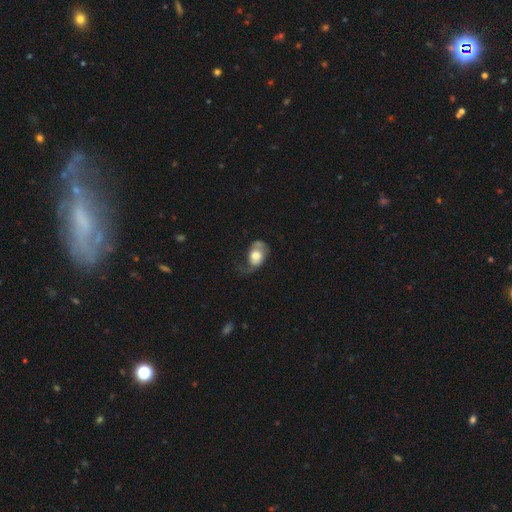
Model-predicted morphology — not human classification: A smooth galaxy with no disk features (51%) that is in between round and cigar-shaped (71%).

Vote fractions:
- Smooth or featured? smooth: 51% / featured or disk: 42% / star or artifact: 7%
- How rounded? in between: 71% / round: 27% / cigar-shaped: 2%
- Merging? major disturbance: 39% / none: 31% / minor disturbance: 28% / merger: 3%